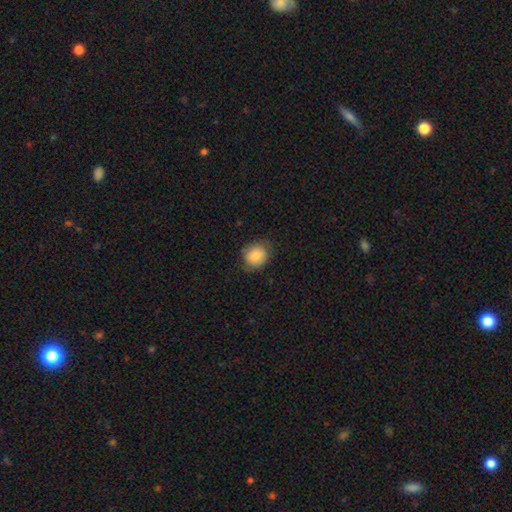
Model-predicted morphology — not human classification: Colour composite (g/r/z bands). It shows a smooth galaxy with no disk features (85%) that is round (74%). Merging: none (75%).